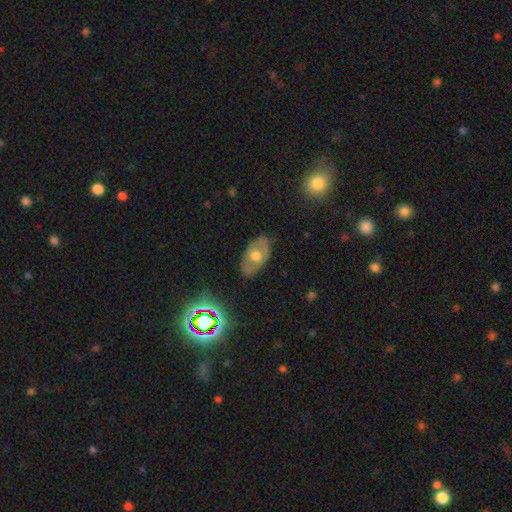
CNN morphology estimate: smooth-or-featured: featured or disk: 46% | smooth: 42% | star or artifact: 11%
  merging: none: 80% | minor disturbance: 15% | major disturbance: 4% | merger: 1%